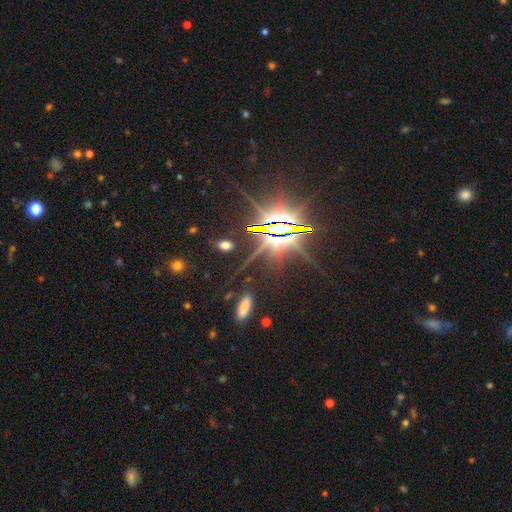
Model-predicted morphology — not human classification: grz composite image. It shows a star or artifact, not a galaxy (76%).